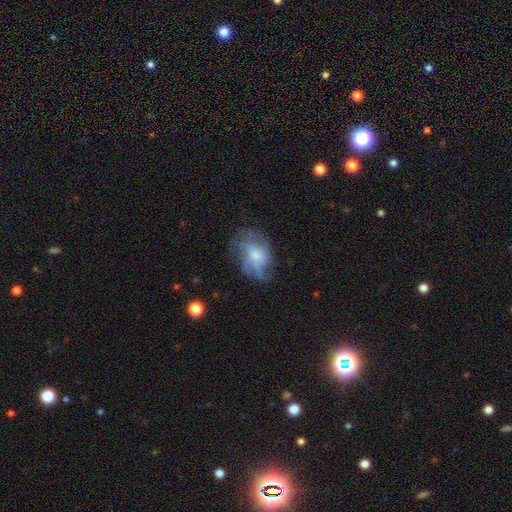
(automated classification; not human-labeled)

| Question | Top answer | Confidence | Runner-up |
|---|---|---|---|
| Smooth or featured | featured or disk | 53% | smooth (38%) |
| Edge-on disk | no | 97% | yes (3%) |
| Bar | no | 72% | weak (25%) |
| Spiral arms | yes | 62% | no (38%) |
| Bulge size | moderate | 45% | small (32%) |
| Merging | none | 43% | major disturbance (29%) |